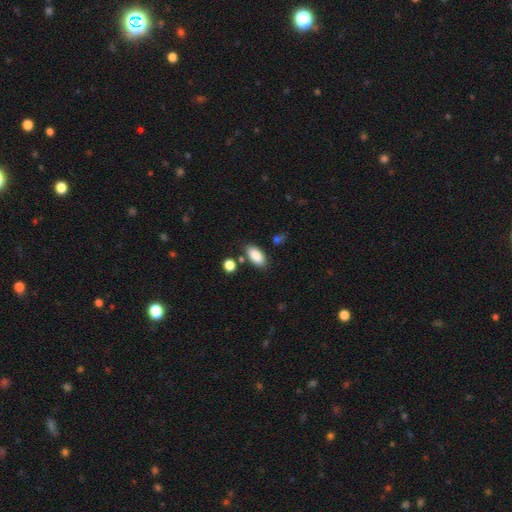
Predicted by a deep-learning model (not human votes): A smooth galaxy with no disk features (87%) that is in between round and cigar-shaped (91%).

Vote fractions:
- Smooth or featured? smooth: 87% / star or artifact: 7% / featured or disk: 5%
- How rounded? in between: 91% / cigar-shaped: 5% / round: 3%
- Merging? none: 78% / minor disturbance: 12% / merger: 6% / major disturbance: 3%